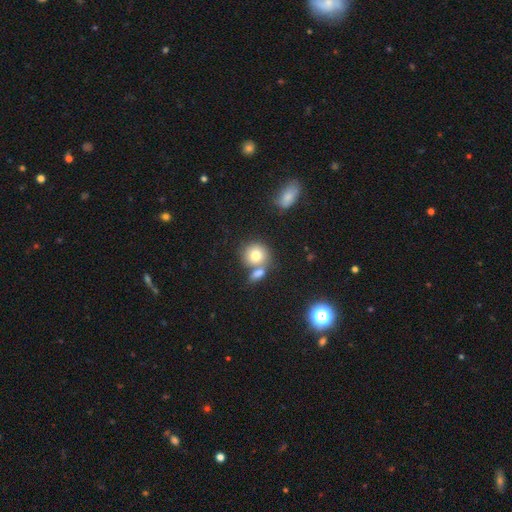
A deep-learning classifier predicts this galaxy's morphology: smooth_or_featured: smooth (p=0.77) [alt: featured or disk p=0.14]
how_rounded: round (p=0.83) [alt: in between p=0.16]
merging: none (p=0.50) [alt: merger p=0.35]